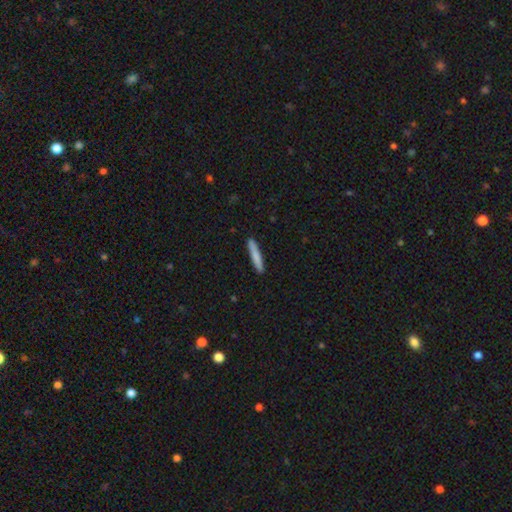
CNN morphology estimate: This appears to be a smooth galaxy with no disk features (80%) that is cigar-shaped (94%). Merging: none (90%).